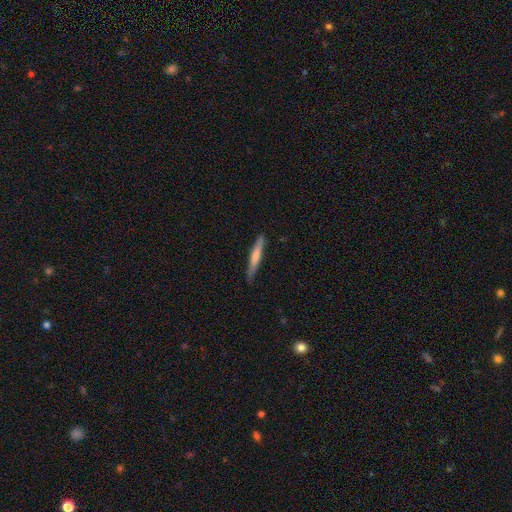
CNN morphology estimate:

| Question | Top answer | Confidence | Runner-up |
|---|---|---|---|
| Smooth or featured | smooth | 61% | featured or disk (34%) |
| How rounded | cigar-shaped | 95% | in between (4%) |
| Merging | none | 86% | minor disturbance (11%) |